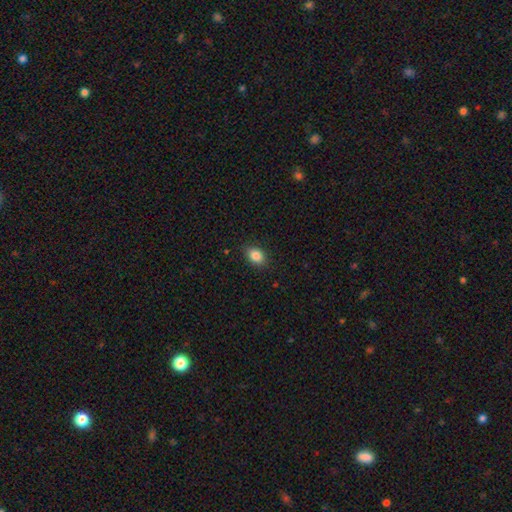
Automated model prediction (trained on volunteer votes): A smooth galaxy with no disk features (86%) that is in between round and cigar-shaped (75%). Merging: none (87%).